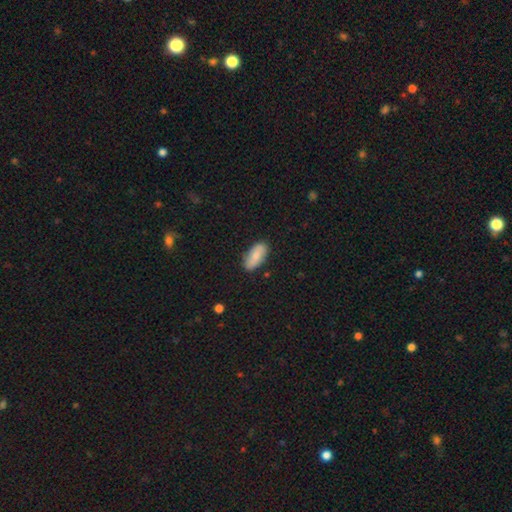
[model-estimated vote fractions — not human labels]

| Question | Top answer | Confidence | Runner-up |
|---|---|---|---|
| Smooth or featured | smooth | 73% | featured or disk (21%) |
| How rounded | in between | 89% | cigar-shaped (8%) |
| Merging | none | 82% | minor disturbance (14%) |